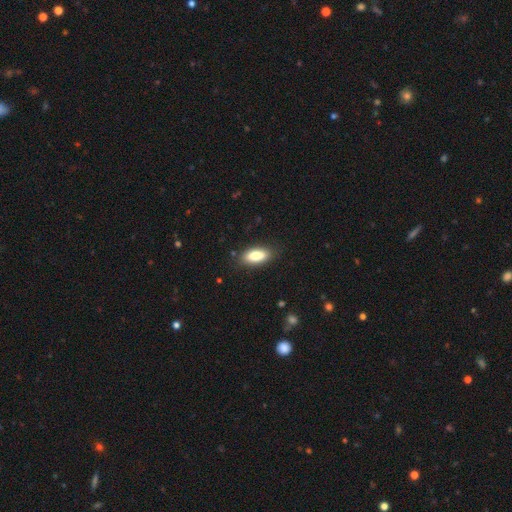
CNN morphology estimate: A smooth galaxy with no disk features (82%) that is in between round and cigar-shaped (87%).

Vote fractions:
- Smooth or featured? smooth: 82% / featured or disk: 11% / star or artifact: 7%
- How rounded? in between: 87% / cigar-shaped: 10% / round: 3%
- Merging? none: 85% / minor disturbance: 11% / major disturbance: 3% / merger: 1%